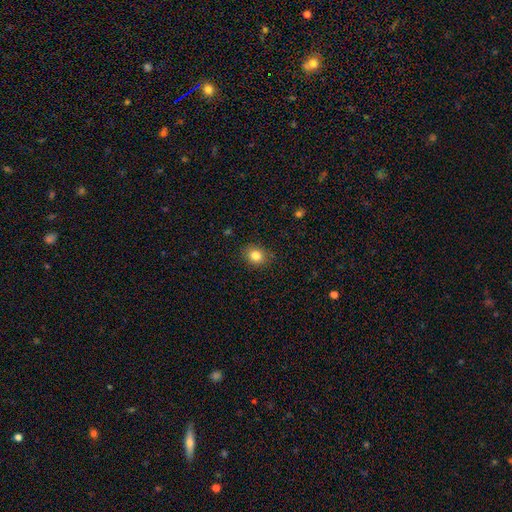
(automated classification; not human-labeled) Smooth or featured: smooth — 83% (star or artifact — 11%)
How rounded: round — 62% (in between — 37%)
Merging: none — 86% (minor disturbance — 10%)